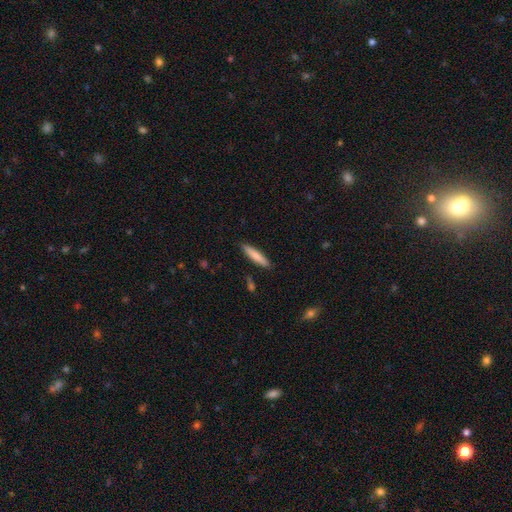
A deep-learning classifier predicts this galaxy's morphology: smooth_or_featured: smooth (p=0.80) [alt: featured or disk p=0.14]
how_rounded: cigar-shaped (p=0.84) [alt: in between p=0.14]
merging: none (p=0.88) [alt: minor disturbance p=0.08]